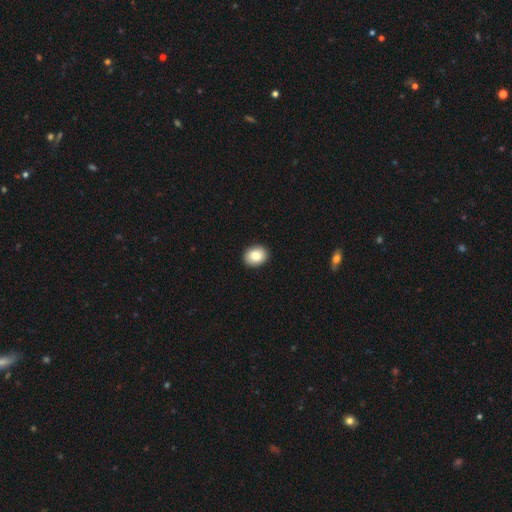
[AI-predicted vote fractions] This appears to be a smooth galaxy with no disk features (83%) that is round (51%). Merging: none (92%).